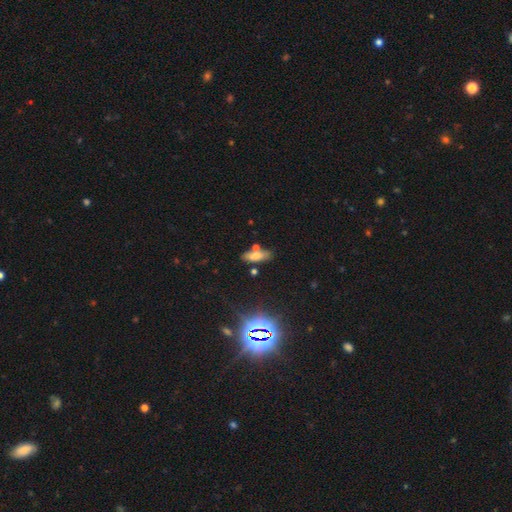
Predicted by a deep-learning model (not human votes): Q: Smooth or featured?
A: smooth (71%); runner-up: star or artifact (16%)
Q: How rounded?
A: in between (62%); runner-up: cigar-shaped (35%)
Q: Merging?
A: none (66%); runner-up: minor disturbance (15%)